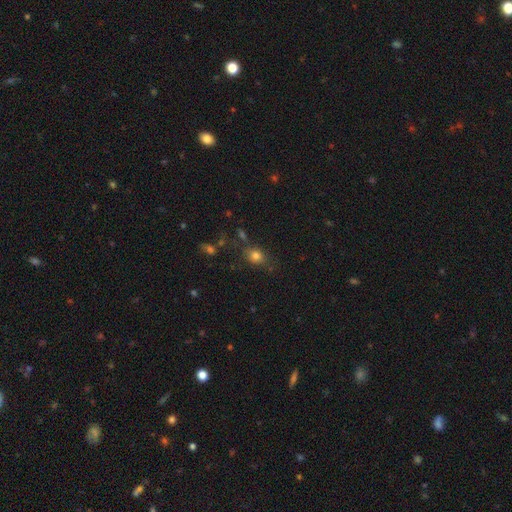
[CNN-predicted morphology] A smooth galaxy with no disk features (78%) that is round (54%). Merging: none (71%).